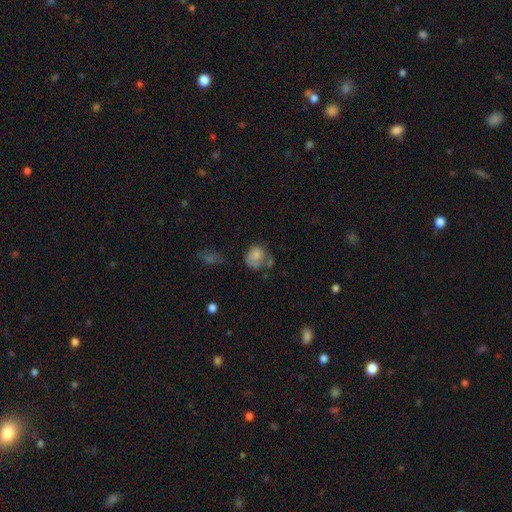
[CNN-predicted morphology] The model was most divided on "merging": none: 34%, minor disturbance: 27%, major disturbance: 24%, merger: 15%. More confident: smooth or featured — smooth (69%); how rounded — round (62%).